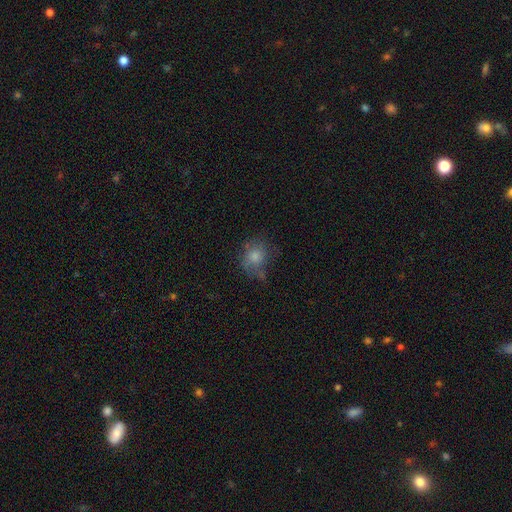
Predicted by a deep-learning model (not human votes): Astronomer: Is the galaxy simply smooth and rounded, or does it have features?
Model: smooth — 64%.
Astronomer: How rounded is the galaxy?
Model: round — 73%.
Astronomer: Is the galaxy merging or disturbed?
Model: none — 60%.